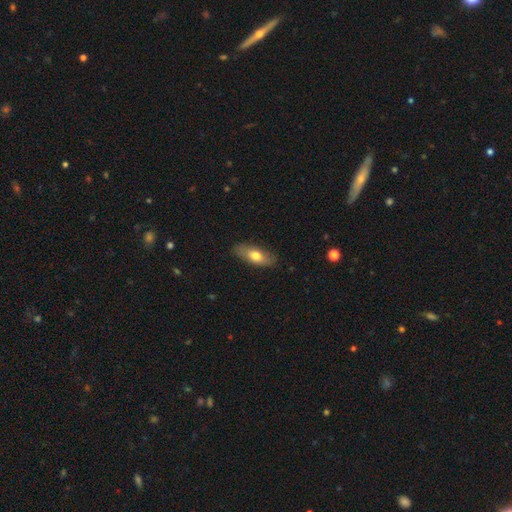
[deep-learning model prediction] smooth_or_featured: smooth (p=0.69) [alt: featured or disk p=0.24]
how_rounded: in between (p=0.74) [alt: cigar-shaped p=0.22]
merging: none (p=0.83) [alt: minor disturbance p=0.13]